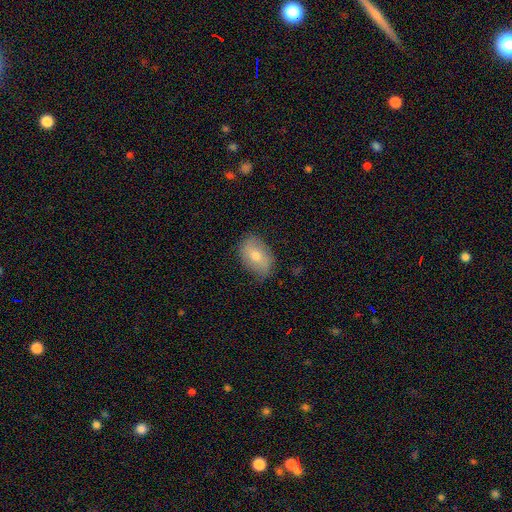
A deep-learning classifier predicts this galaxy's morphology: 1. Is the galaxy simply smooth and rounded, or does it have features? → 63% smooth, 29% featured or disk, 8% star or artifact.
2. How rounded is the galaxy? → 86% in between, 12% round, 2% cigar-shaped.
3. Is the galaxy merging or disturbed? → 77% none, 18% minor disturbance, 3% major disturbance, 1% merger.